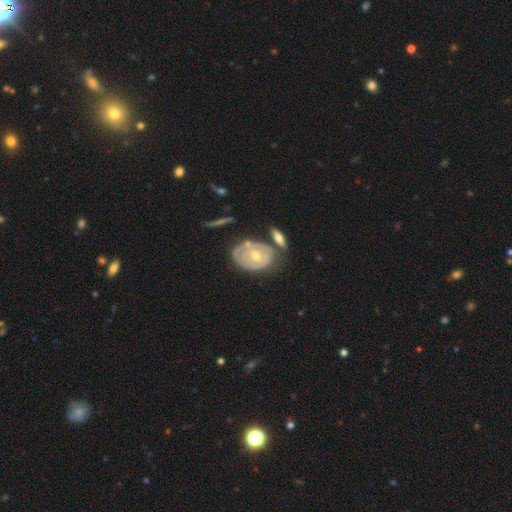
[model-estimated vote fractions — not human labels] Q: Smooth or featured?
A: featured or disk (67%); runner-up: smooth (26%)
Q: Edge-on disk?
A: no (93%); runner-up: yes (7%)
Q: Bar?
A: no (84%); runner-up: weak (13%)
Q: Spiral arms?
A: no (53%); runner-up: yes (47%)
Q: Bulge size?
A: moderate (58%); runner-up: small (38%)
Q: Merging?
A: none (53%); runner-up: minor disturbance (21%)